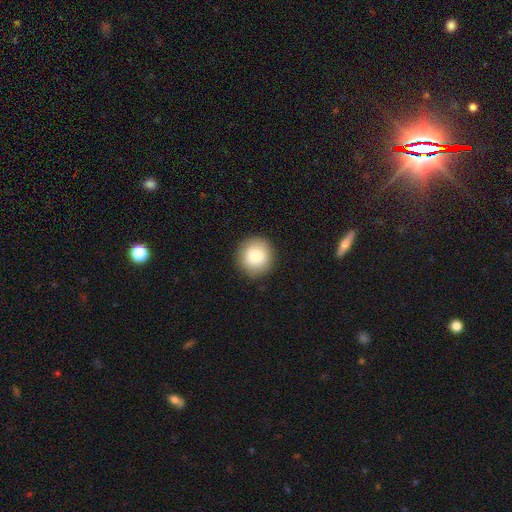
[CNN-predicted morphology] A smooth galaxy with no disk features (83%) that is round (93%). Merging: none (90%).